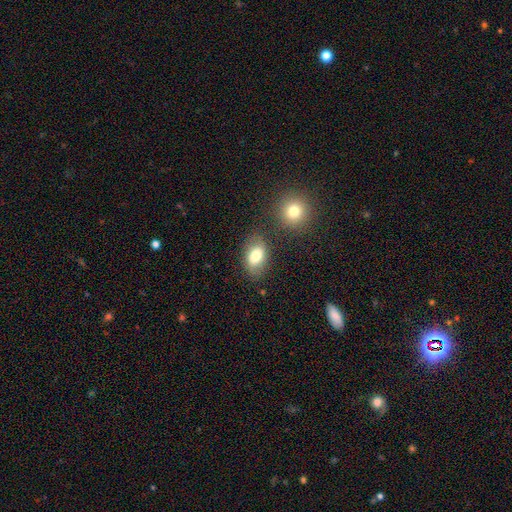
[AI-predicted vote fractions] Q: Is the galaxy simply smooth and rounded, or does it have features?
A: smooth — 77%.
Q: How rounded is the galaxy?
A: in between — 87%.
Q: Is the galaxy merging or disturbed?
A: none — 72%.